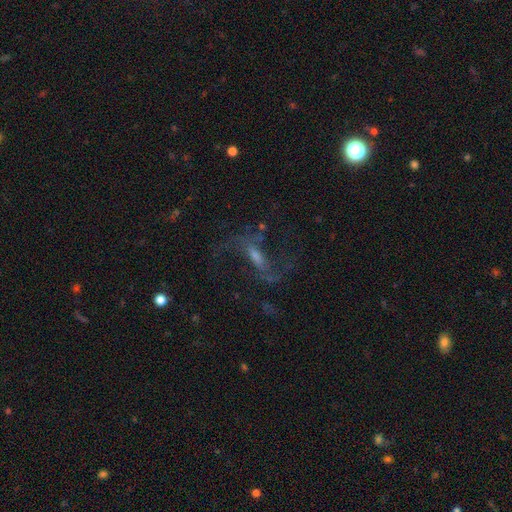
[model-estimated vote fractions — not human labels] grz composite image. It shows a featured or disk galaxy (77%) with a weak bar (48%), 2 (86%) loose (70%) spiral arms (91%) and a small central bulge (40%). Merging: none (64%).